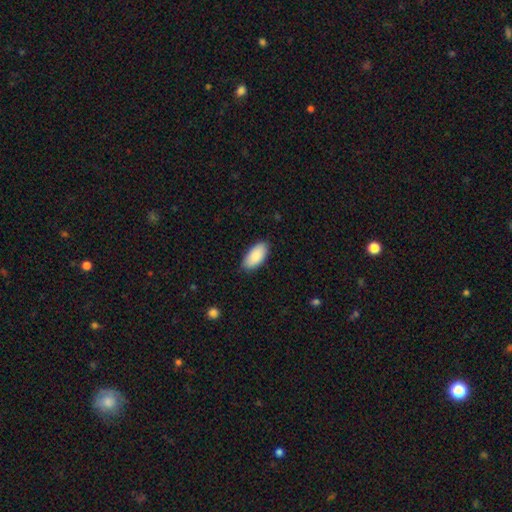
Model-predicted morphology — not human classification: smooth 89%, star or artifact 6%, featured or disk 6%. Down the decision tree: how rounded — in between (94%); merging — none (84%).